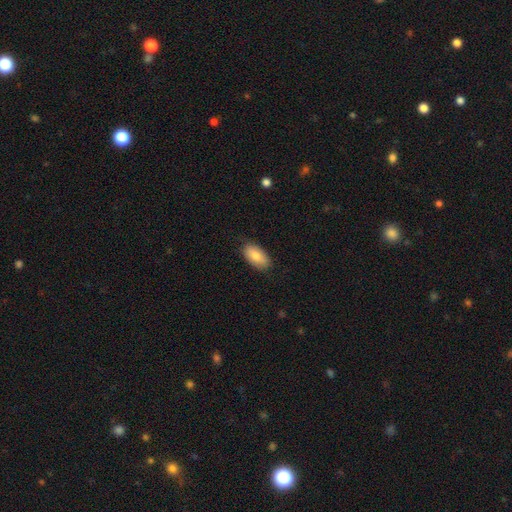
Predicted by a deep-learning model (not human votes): smooth 84%, featured or disk 10%, star or artifact 6%. Down the decision tree: how rounded — in between (93%); merging — none (85%).